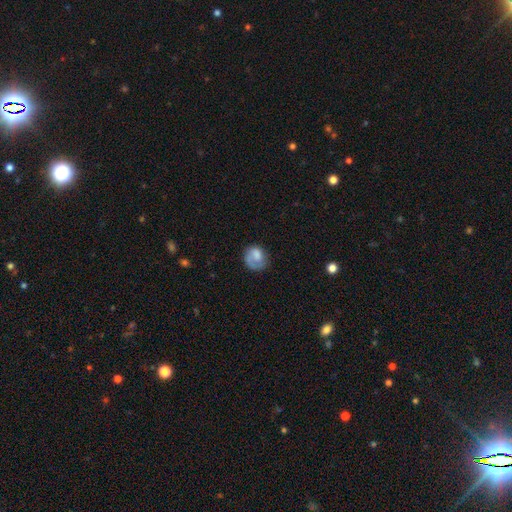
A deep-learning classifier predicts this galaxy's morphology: smooth 60%, featured or disk 33%, star or artifact 7%. Down the decision tree: how rounded — round (65%); merging — none (57%).